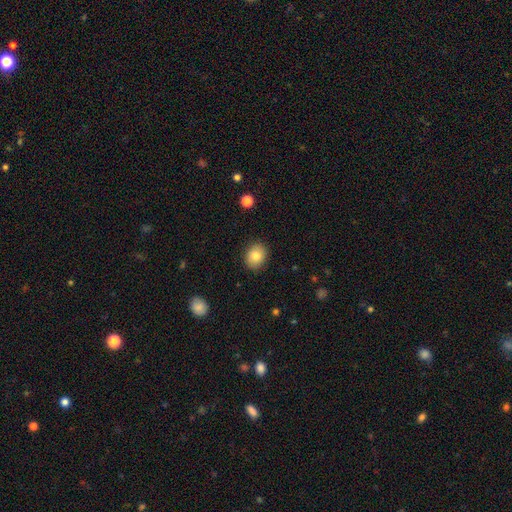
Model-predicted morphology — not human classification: type=smooth (81%); roundness=round (52%); merging=none (89%).